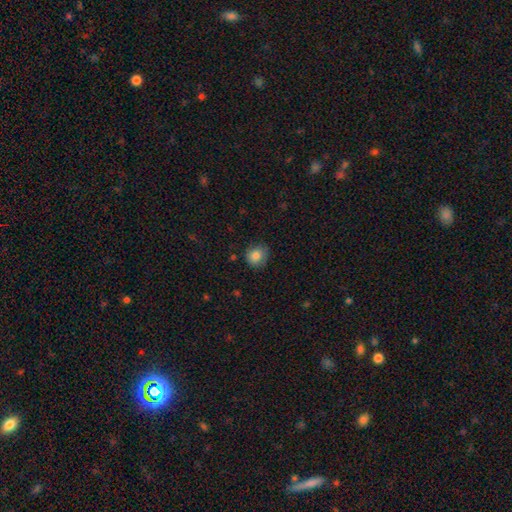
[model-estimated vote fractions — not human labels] This is clearly a smooth galaxy (83%). How rounded: clearly round (81%). Merging: likely none (73%).